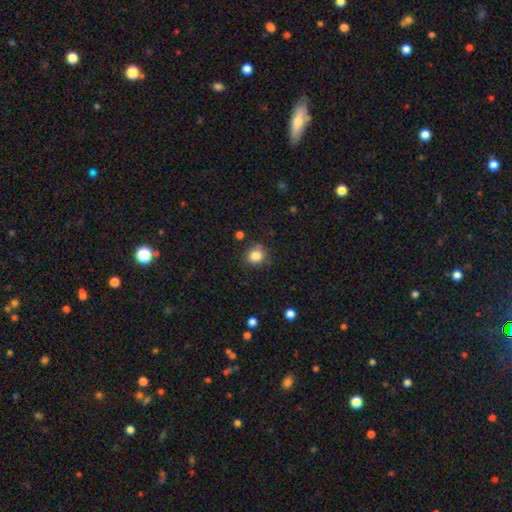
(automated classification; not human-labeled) Smooth or featured?
  - smooth: 84% *
  - star or artifact: 11%
  - featured or disk: 5%
How rounded?
  - round: 88% *
  - in between: 11%
  - cigar-shaped: 1%
Merging?
  - none: 84% *
  - minor disturbance: 11%
  - major disturbance: 3%
  - merger: 2%